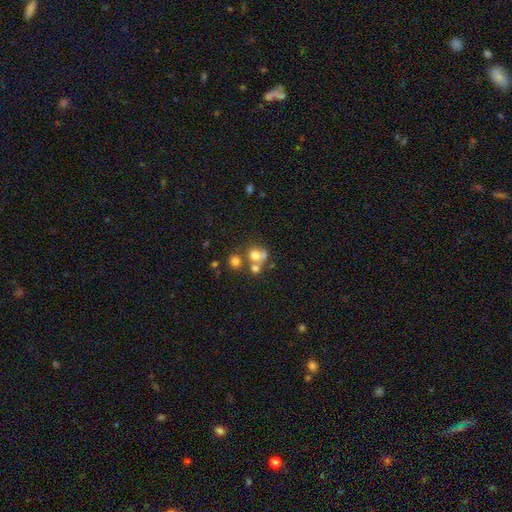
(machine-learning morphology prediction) The model was most divided on "merging": merger: 47%, none: 38%, minor disturbance: 8%, major disturbance: 6%. More confident: how rounded — round (82%); smooth or featured — smooth (62%).